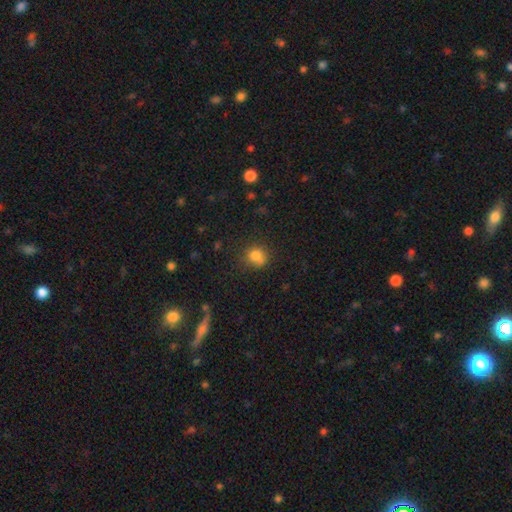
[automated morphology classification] smooth_or_featured: smooth (p=0.79) [alt: star or artifact p=0.13]
how_rounded: round (p=0.76) [alt: in between p=0.23]
merging: none (p=0.65) [alt: minor disturbance p=0.22]